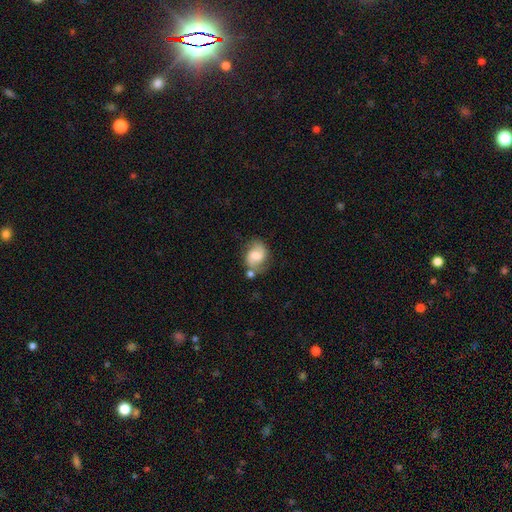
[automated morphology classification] Q: Smooth or featured?
A: featured or disk (48%); runner-up: smooth (44%)
Q: Merging?
A: none (55%); runner-up: minor disturbance (22%)